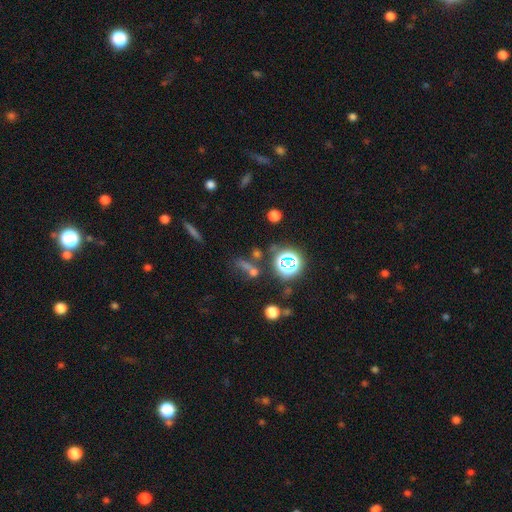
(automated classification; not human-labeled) The model was most divided on "smooth or featured": star or artifact: 56%, smooth: 31%, featured or disk: 13%.